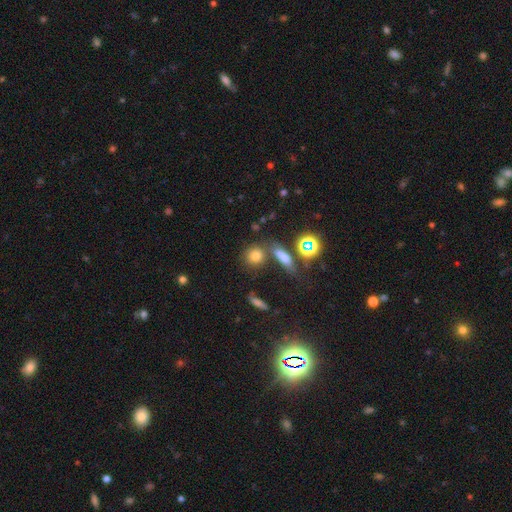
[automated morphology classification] The model was most divided on "merging": none: 63%, merger: 20%, minor disturbance: 11%, major disturbance: 5%. More confident: how rounded — round (73%); smooth or featured — smooth (71%).